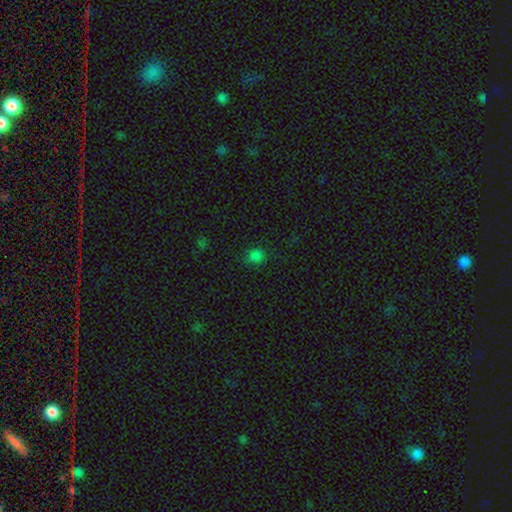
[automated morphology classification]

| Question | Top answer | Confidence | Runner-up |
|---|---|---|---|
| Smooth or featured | smooth | 78% | star or artifact (19%) |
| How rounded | round | 75% | in between (24%) |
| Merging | none | 82% | minor disturbance (13%) |